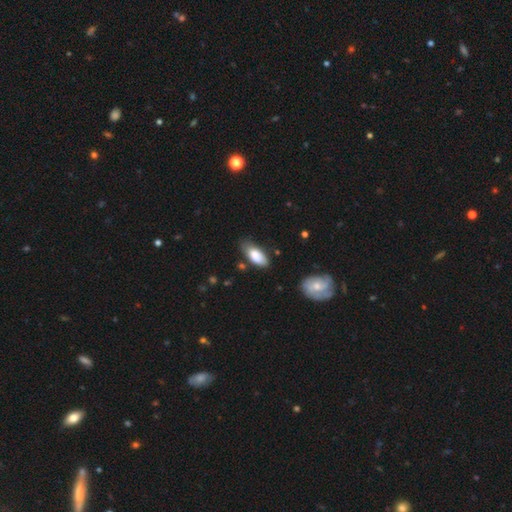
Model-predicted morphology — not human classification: A smooth galaxy with no disk features (80%) that is in between round and cigar-shaped (88%). Merging: none (59%).